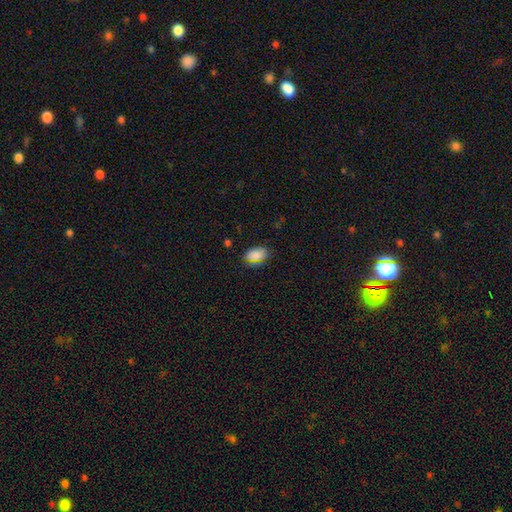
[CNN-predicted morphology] smooth-or-featured: smooth: 77% | star or artifact: 17% | featured or disk: 6%
  how-rounded: in between: 84% | round: 13% | cigar-shaped: 2%
  merging: none: 79% | minor disturbance: 15% | major disturbance: 4% | merger: 2%